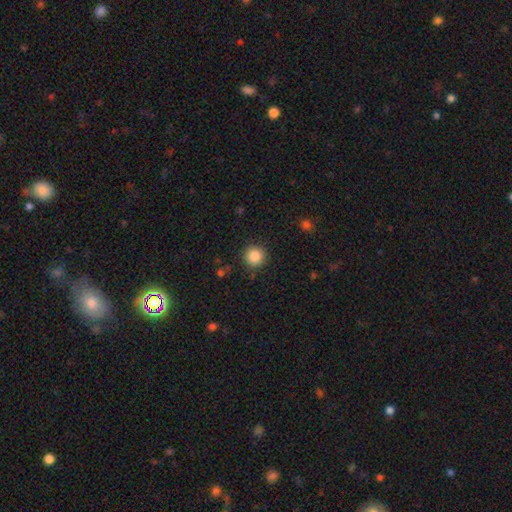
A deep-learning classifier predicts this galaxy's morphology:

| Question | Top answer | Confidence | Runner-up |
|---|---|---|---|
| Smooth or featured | smooth | 86% | star or artifact (10%) |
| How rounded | round | 94% | in between (5%) |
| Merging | none | 90% | minor disturbance (7%) |